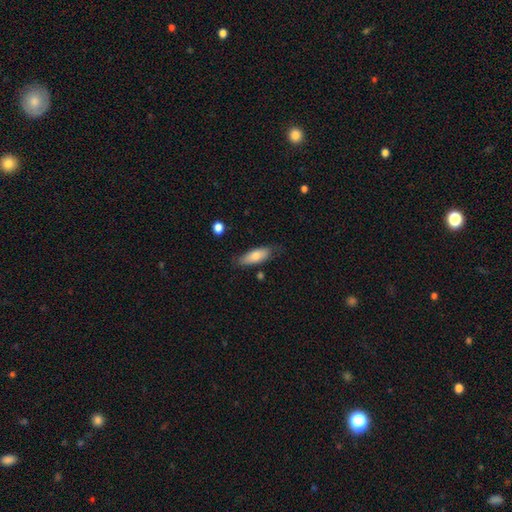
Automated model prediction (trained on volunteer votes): smooth-or-featured: smooth: 77% | featured or disk: 16% | star or artifact: 6%
  how-rounded: in between: 69% | cigar-shaped: 29% | round: 2%
  merging: none: 72% | minor disturbance: 21% | major disturbance: 4% | merger: 3%